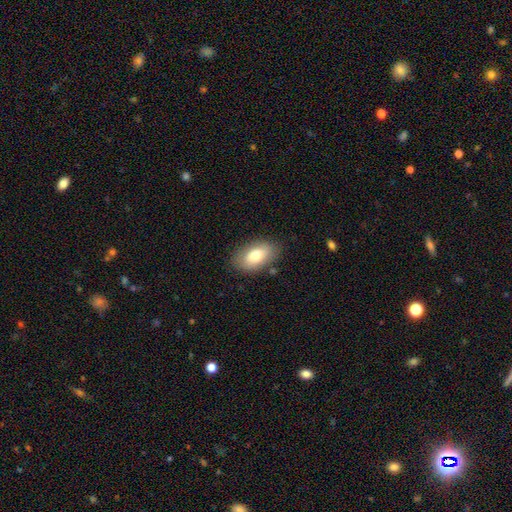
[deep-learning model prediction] This is likely a smooth galaxy (76%). How rounded: clearly in between (92%). Merging: clearly none (82%).